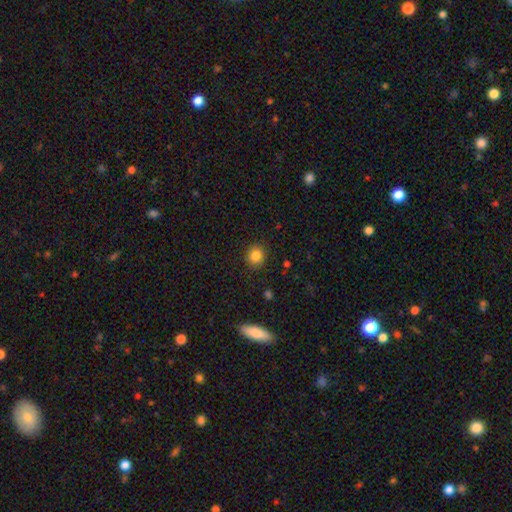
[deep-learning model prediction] Smooth or featured? smooth (85%)
How rounded? round (88%)
Merging? none (90%)